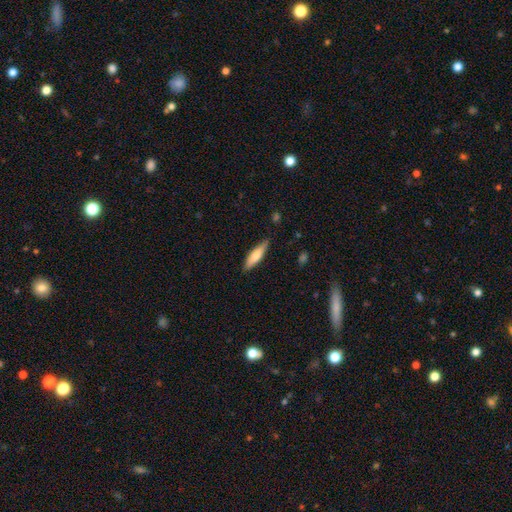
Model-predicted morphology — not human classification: Overall: smooth (69%). How rounded: cigar-shaped (70%). Merging: none (86%).